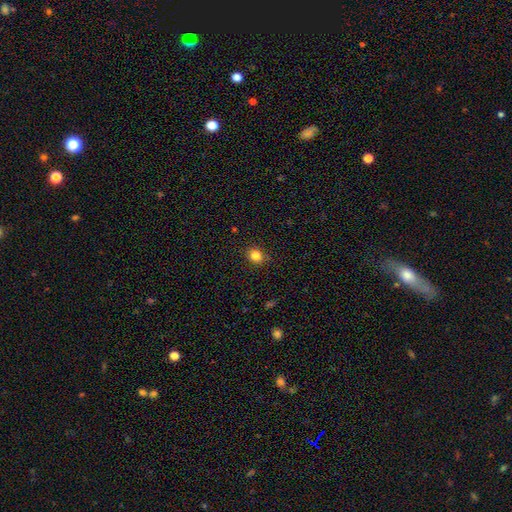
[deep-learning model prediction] This appears to be a smooth galaxy with no disk features (84%) that is round (70%). Merging: none (87%).